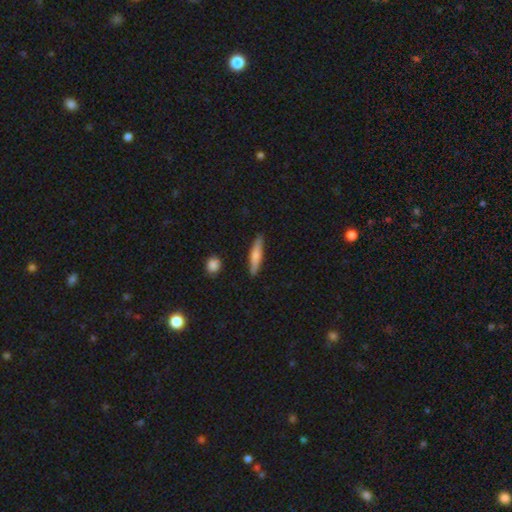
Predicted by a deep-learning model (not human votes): Overall: smooth (66%; featured or disk 28%). How rounded: cigar-shaped (86%). Merging: none (88%).